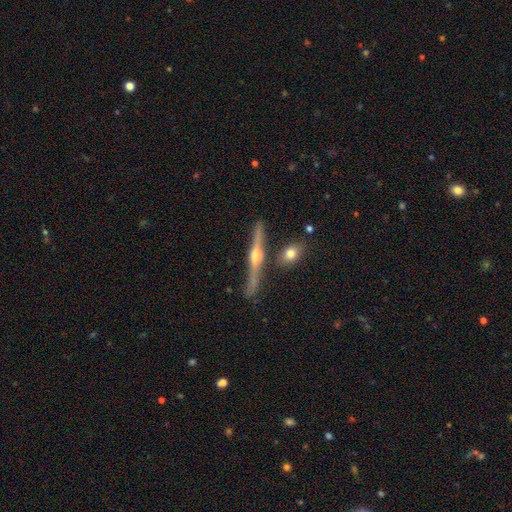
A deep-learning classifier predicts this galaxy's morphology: Q: Smooth or featured?
A: featured or disk (80%); runner-up: smooth (14%)
Q: Edge-on disk?
A: yes (97%); runner-up: no (3%)
Q: Edge-on bulge?
A: rounded (93%); runner-up: none (4%)
Q: Merging?
A: none (78%); runner-up: minor disturbance (12%)